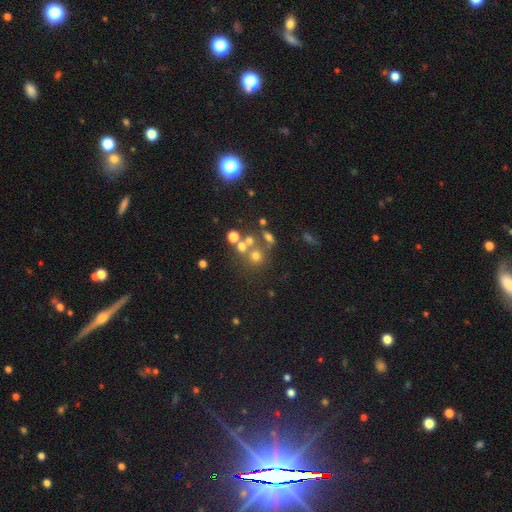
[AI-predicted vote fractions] smooth_or_featured: smooth (p=0.57) [alt: star or artifact p=0.24]
how_rounded: round (p=0.87) [alt: in between p=0.12]
merging: none (p=0.53) [alt: merger p=0.32]